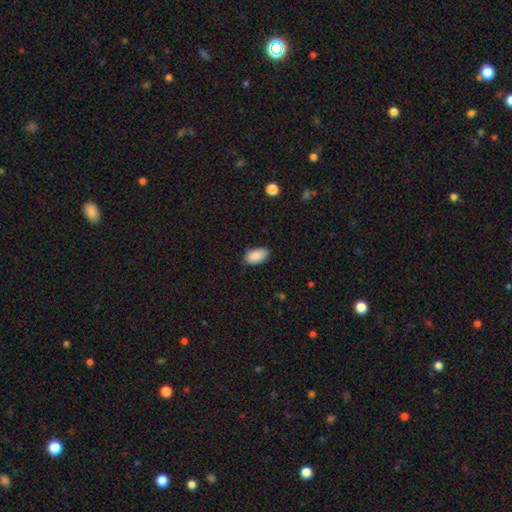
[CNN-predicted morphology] smooth 89%, star or artifact 7%, featured or disk 4%. Down the decision tree: how rounded — in between (93%); merging — none (80%).